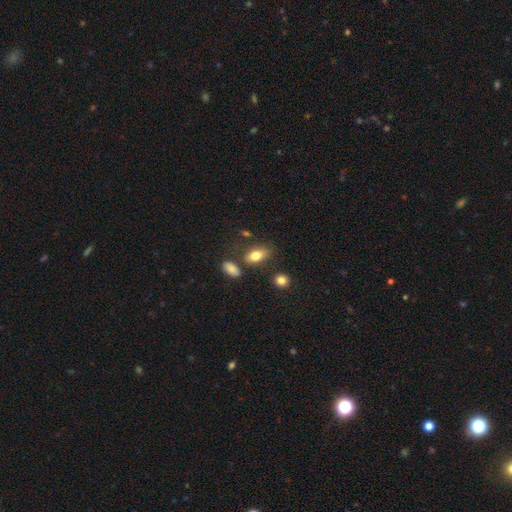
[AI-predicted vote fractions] smooth_or_featured: smooth (p=0.78) [alt: featured or disk p=0.14]
how_rounded: in between (p=0.86) [alt: round p=0.08]
merging: none (p=0.69) [alt: minor disturbance p=0.17]